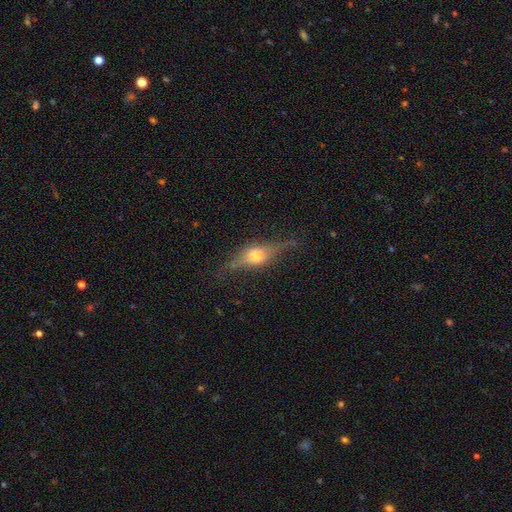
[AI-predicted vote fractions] A featured or disk galaxy (60%) viewed edge-on (88%) with a rounded central bulge (92%). Merging: none (69%).